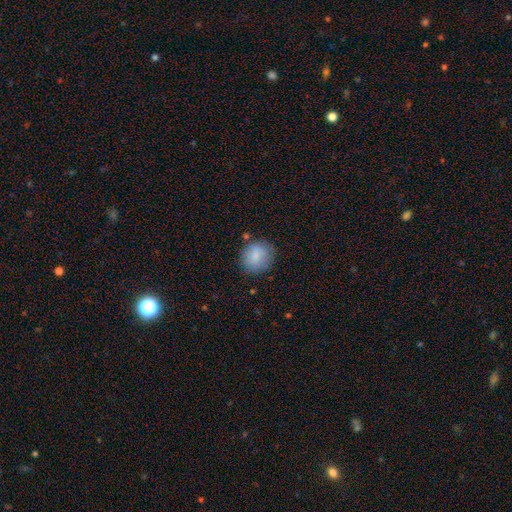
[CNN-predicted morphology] A smooth galaxy with no disk features (83%) that is round (81%).

Vote fractions:
- Smooth or featured? smooth: 83% / featured or disk: 9% / star or artifact: 8%
- How rounded? round: 81% / in between: 18% / cigar-shaped: 1%
- Merging? none: 78% / minor disturbance: 15% / major disturbance: 4% / merger: 3%